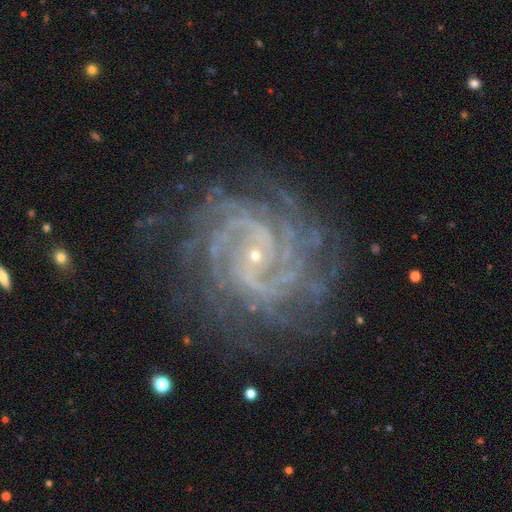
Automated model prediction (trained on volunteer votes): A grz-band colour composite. It shows a featured or disk galaxy (92%) with no bar (58%), 2 (20%, tied with 4) tight (71%) spiral arms (99%) and a small central bulge (88%). Merging: none (78%).